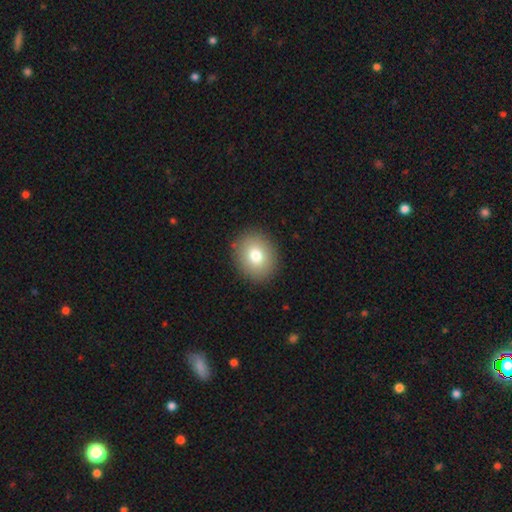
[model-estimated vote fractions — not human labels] This appears to be a smooth galaxy with no disk features (78%) that is round (63%). Merging: none (90%).